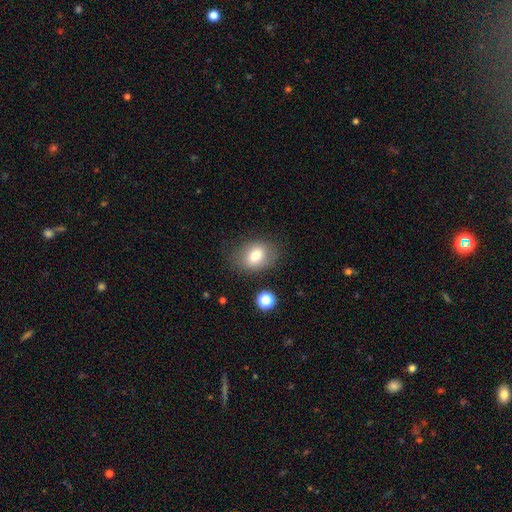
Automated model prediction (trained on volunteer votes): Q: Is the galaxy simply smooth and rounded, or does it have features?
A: smooth — 75%.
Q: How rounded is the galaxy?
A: in between — 66%.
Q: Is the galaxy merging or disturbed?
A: none — 76%.